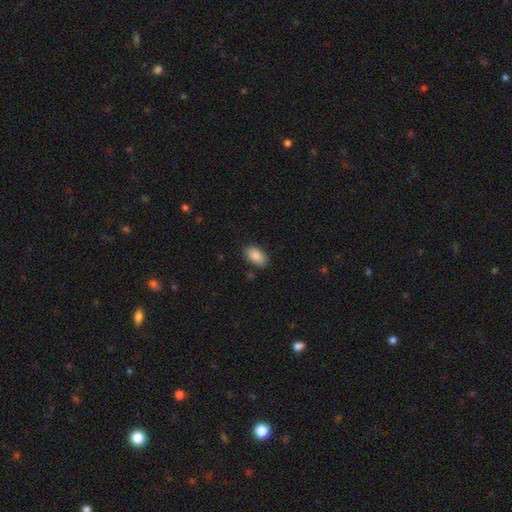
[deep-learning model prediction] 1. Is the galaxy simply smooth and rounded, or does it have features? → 88% smooth, 7% star or artifact, 5% featured or disk.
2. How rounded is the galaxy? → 94% in between, 4% round, 2% cigar-shaped.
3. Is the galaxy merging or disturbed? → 85% none, 11% minor disturbance, 3% major disturbance, 1% merger.